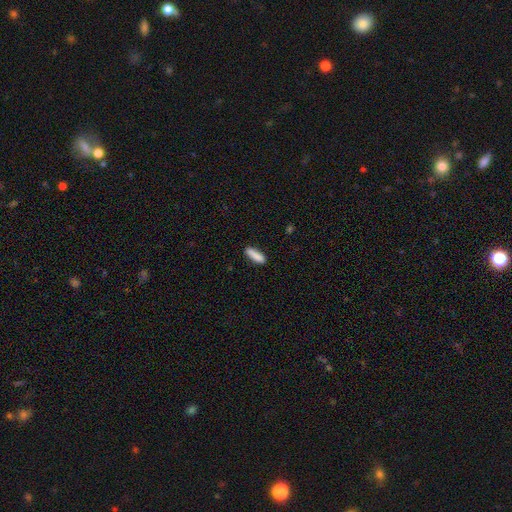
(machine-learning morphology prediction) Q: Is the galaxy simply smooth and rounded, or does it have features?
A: smooth — 87%.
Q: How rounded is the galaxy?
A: cigar-shaped — 63%.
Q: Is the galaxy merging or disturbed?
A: none — 84%.